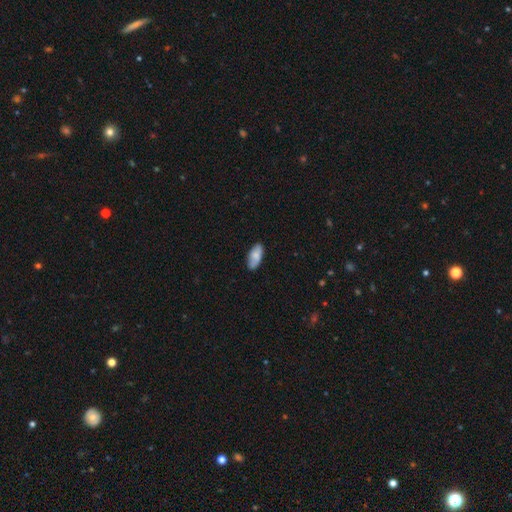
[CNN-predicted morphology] The model was most divided on "smooth or featured": smooth: 79%, featured or disk: 15%, star or artifact: 6%. More confident: how rounded — in between (88%); merging — none (82%).